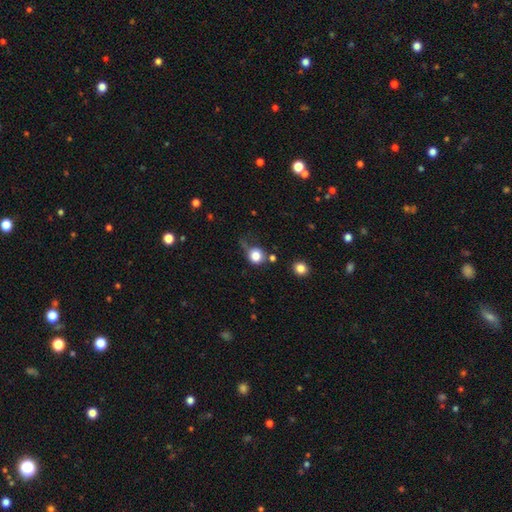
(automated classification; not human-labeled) Smooth or featured: smooth — 81% (star or artifact — 11%)
How rounded: round — 87% (in between — 12%)
Merging: none — 51% (minor disturbance — 25%)